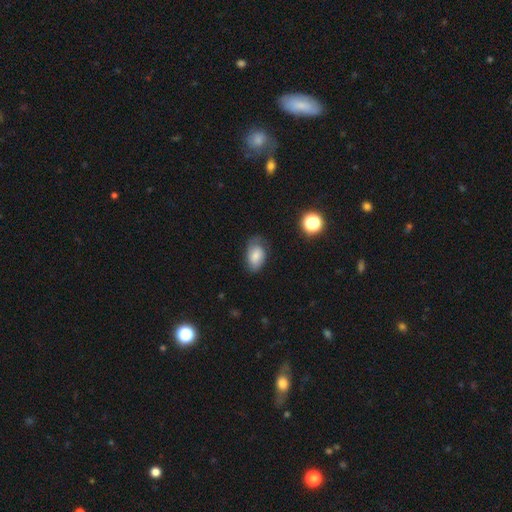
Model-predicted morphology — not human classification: Smooth or featured: smooth — 66% (featured or disk — 25%)
How rounded: in between — 88% (round — 10%)
Merging: none — 60% (minor disturbance — 28%)